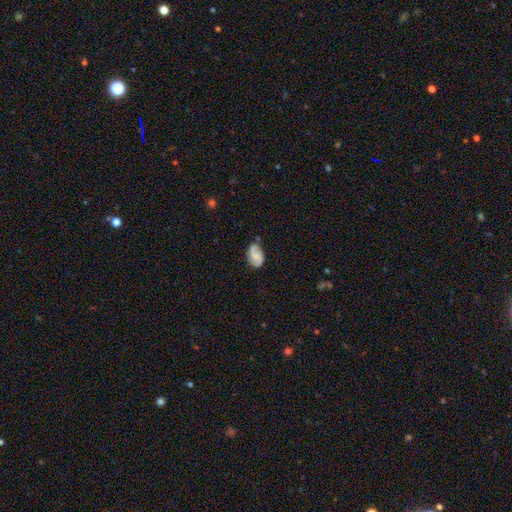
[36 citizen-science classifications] This is possibly a smooth galaxy (53%). How rounded: clearly in between (95%). Merging: likely none (69%).